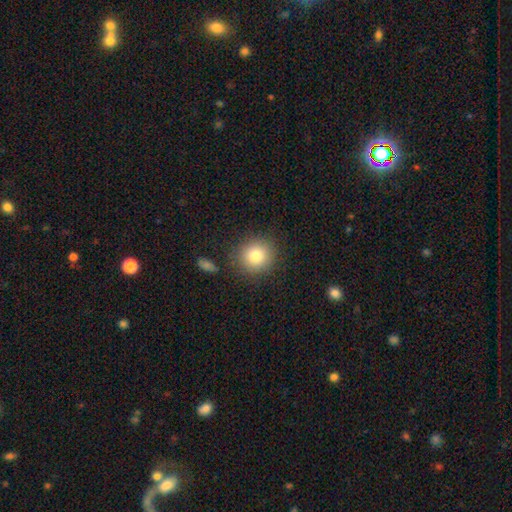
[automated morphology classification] A smooth galaxy with no disk features (81%) that is round (87%). Merging: none (85%).